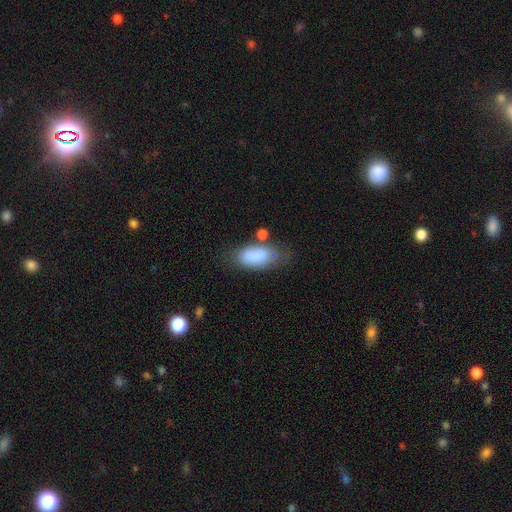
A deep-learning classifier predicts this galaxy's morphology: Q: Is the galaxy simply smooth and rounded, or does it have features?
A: smooth — 83%.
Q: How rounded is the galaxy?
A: in between — 90%.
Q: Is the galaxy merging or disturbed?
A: none — 53%.